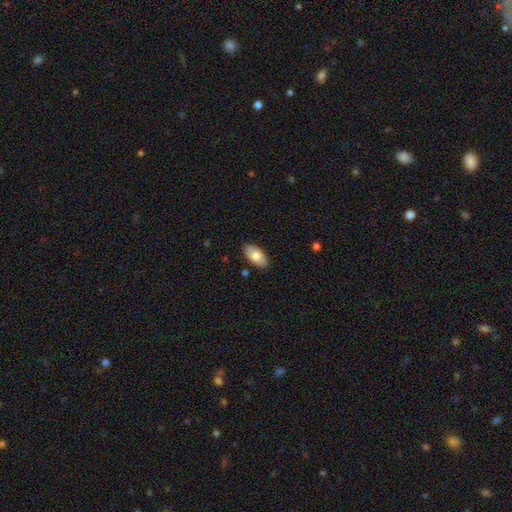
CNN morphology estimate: Smooth or featured: smooth — 79% (featured or disk — 15%)
How rounded: in between — 94% (cigar-shaped — 4%)
Merging: none — 88% (minor disturbance — 9%)